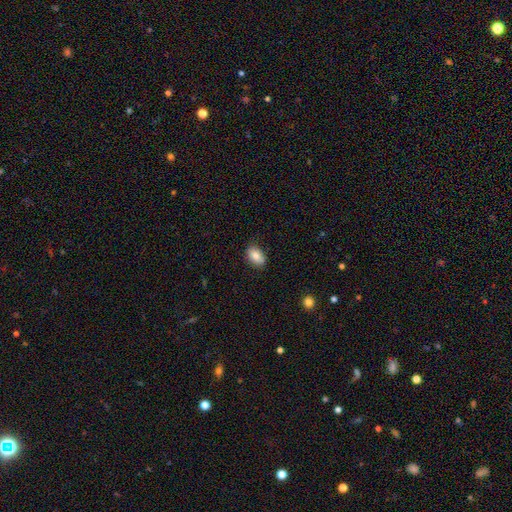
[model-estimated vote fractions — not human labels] This appears to be a smooth galaxy with no disk features (81%) that is in between round and cigar-shaped (89%). Merging: none (84%).